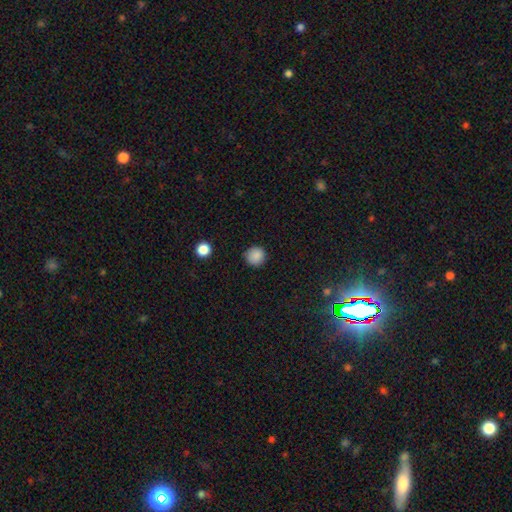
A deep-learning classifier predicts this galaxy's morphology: Q: Smooth or featured?
A: smooth (87%); runner-up: star or artifact (10%)
Q: How rounded?
A: round (94%); runner-up: in between (5%)
Q: Merging?
A: none (88%); runner-up: minor disturbance (8%)